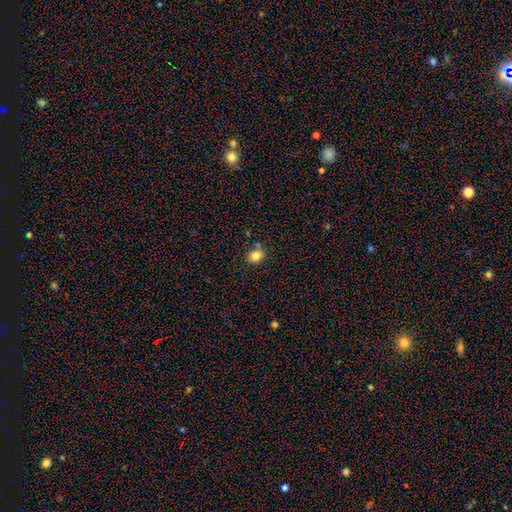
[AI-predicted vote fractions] Overall: smooth (82%). How rounded: round (59%; in between 40%). Merging: none (77%).